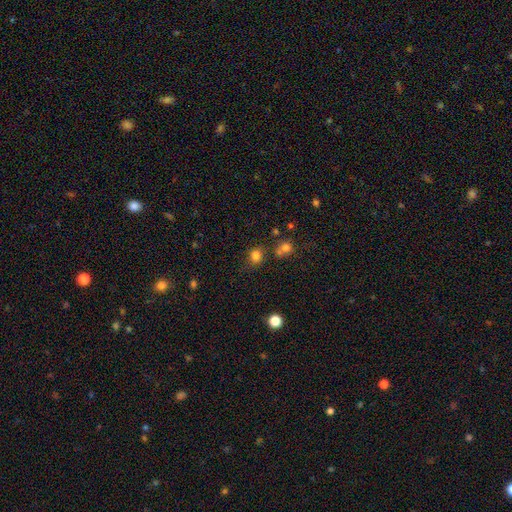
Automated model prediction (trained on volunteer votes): This is clearly a smooth galaxy (80%). How rounded: likely round (75%). Merging: likely none (70%).